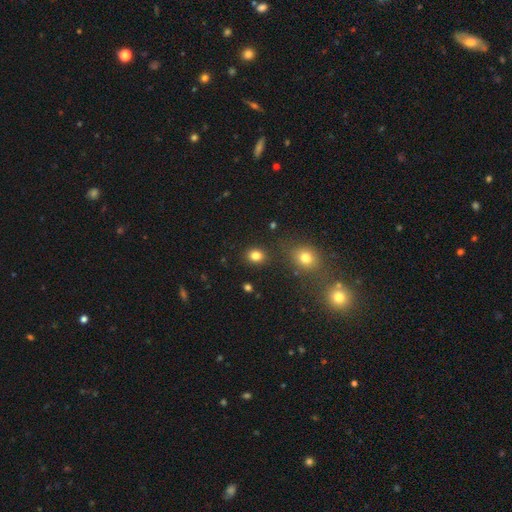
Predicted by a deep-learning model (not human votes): A smooth galaxy with no disk features (83%) that is round (65%).

Vote fractions:
- Smooth or featured? smooth: 83% / star or artifact: 12% / featured or disk: 5%
- How rounded? round: 65% / in between: 34% / cigar-shaped: 1%
- Merging? none: 86% / minor disturbance: 8% / merger: 4% / major disturbance: 3%